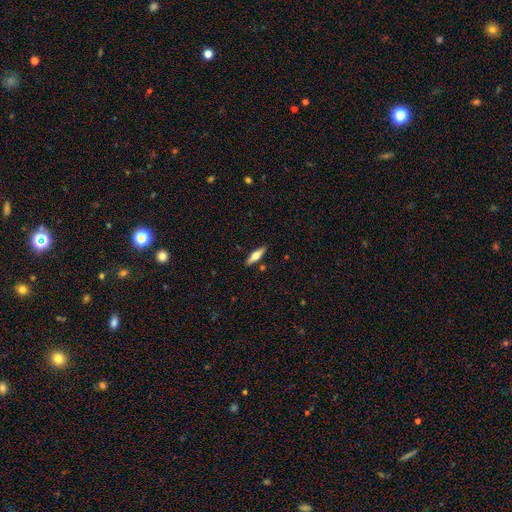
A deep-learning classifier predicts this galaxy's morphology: Smooth or featured: smooth — 47% (tied with featured or disk — 47%)
Merging: none — 88% (minor disturbance — 8%)